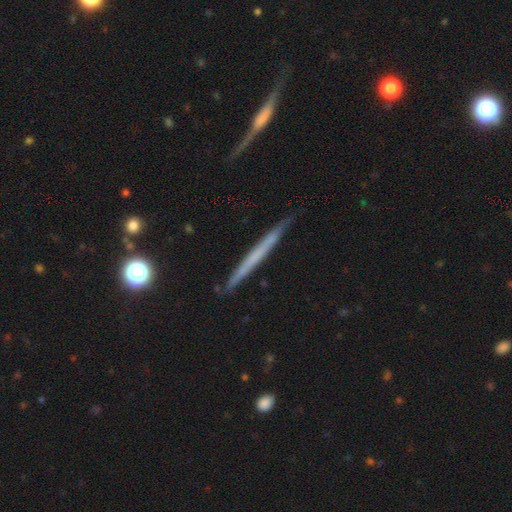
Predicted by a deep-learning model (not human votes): Smooth or featured? featured or disk (55%)
Edge-on disk? yes (96%)
Edge-on bulge? none (88%)
Merging? none (87%)